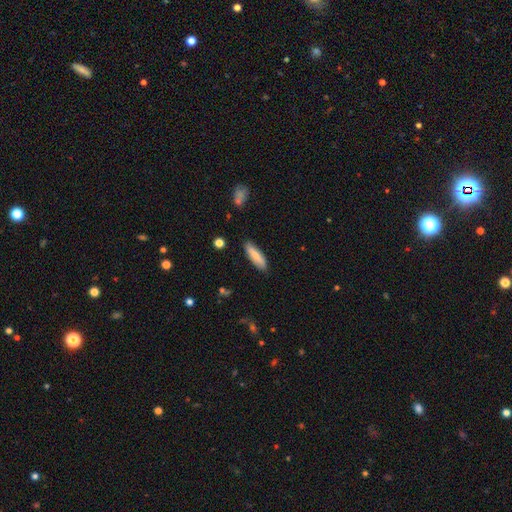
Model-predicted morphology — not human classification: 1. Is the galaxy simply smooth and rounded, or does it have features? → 77% smooth, 16% featured or disk, 6% star or artifact.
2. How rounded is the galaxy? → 60% cigar-shaped, 39% in between, 2% round.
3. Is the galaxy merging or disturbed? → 86% none, 11% minor disturbance, 2% major disturbance, 1% merger.